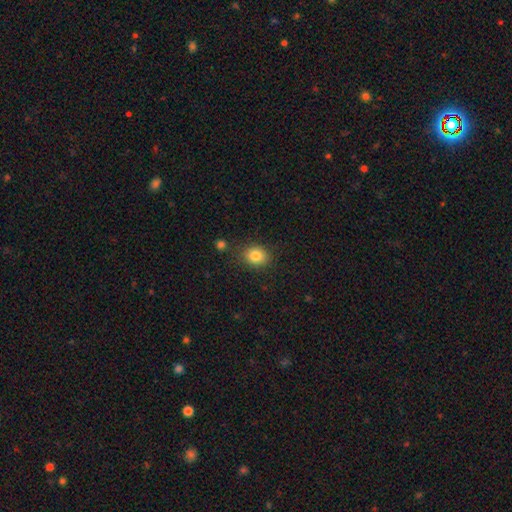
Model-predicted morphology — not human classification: Smooth or featured? smooth (83%)
How rounded? round (59%)
Merging? none (81%)